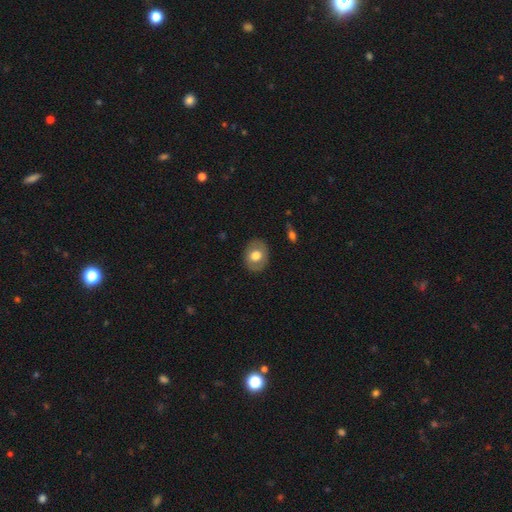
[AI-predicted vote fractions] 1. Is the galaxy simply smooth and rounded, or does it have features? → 64% smooth, 29% featured or disk, 7% star or artifact.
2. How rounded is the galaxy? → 51% in between, 48% round, 1% cigar-shaped.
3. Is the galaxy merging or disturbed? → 85% none, 11% minor disturbance, 3% major disturbance, 1% merger.